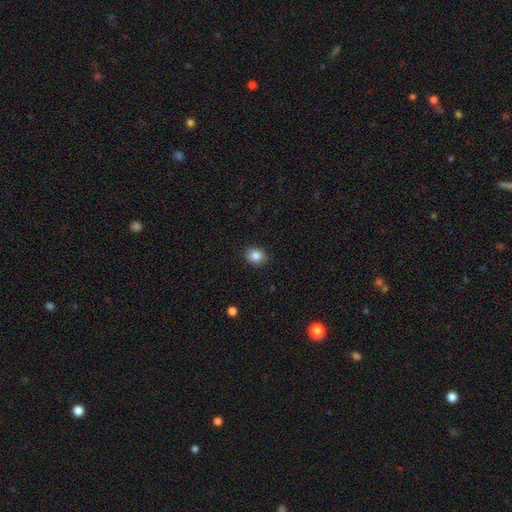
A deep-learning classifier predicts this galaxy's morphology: This appears to be a smooth galaxy with no disk features (85%) that is round (63%). Merging: none (90%).